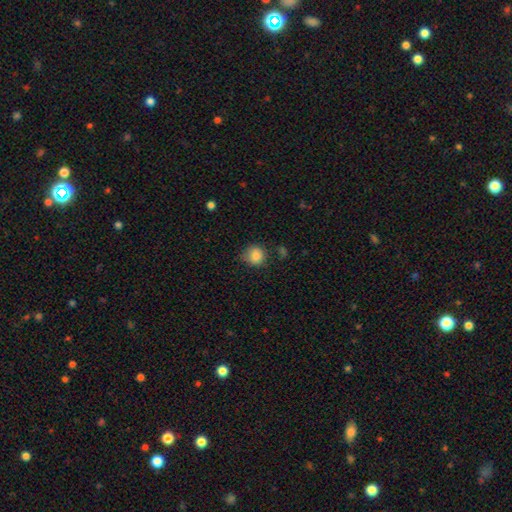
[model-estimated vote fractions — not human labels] Smooth or featured: smooth — 85% (star or artifact — 9%)
How rounded: round — 81% (in between — 19%)
Merging: none — 72% (minor disturbance — 20%)